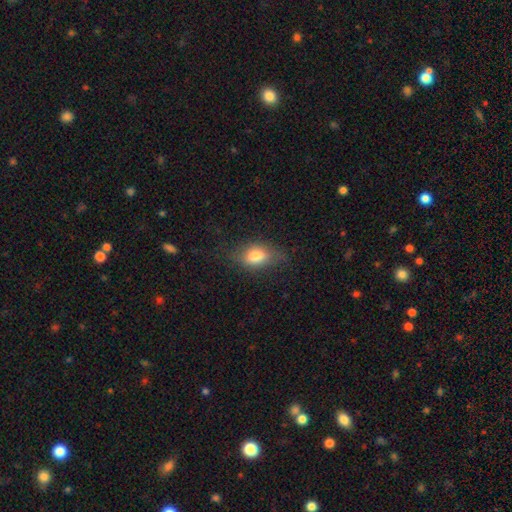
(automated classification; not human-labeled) Morphology: type=smooth (77%); roundness=in between (82%); merging=none (66%).